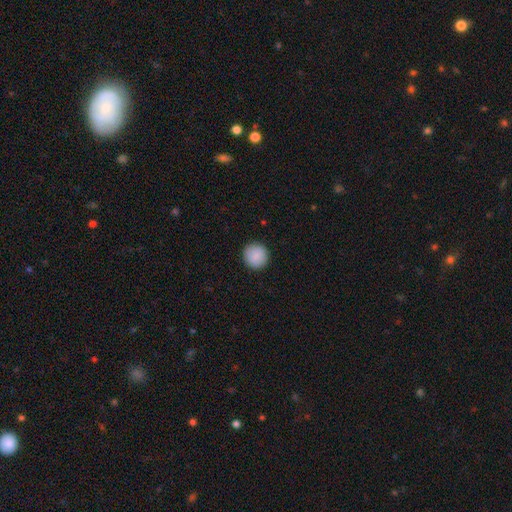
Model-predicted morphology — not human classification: smooth_or_featured: smooth (p=0.89) [alt: star or artifact p=0.07]
how_rounded: round (p=0.95) [alt: in between p=0.04]
merging: none (p=0.92) [alt: minor disturbance p=0.05]